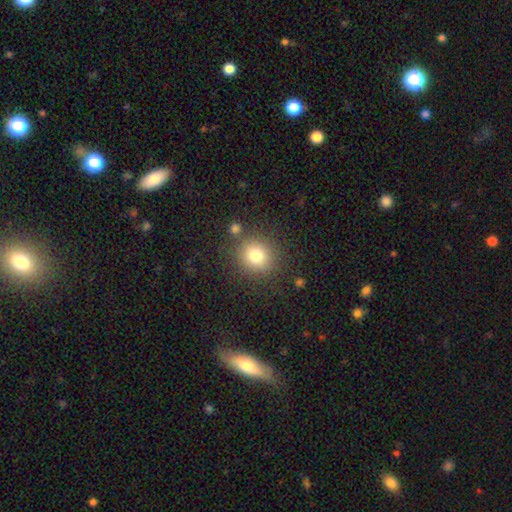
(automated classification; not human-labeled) Smooth or featured: smooth — 78% (star or artifact — 13%)
How rounded: round — 85% (in between — 14%)
Merging: none — 82% (minor disturbance — 9%)